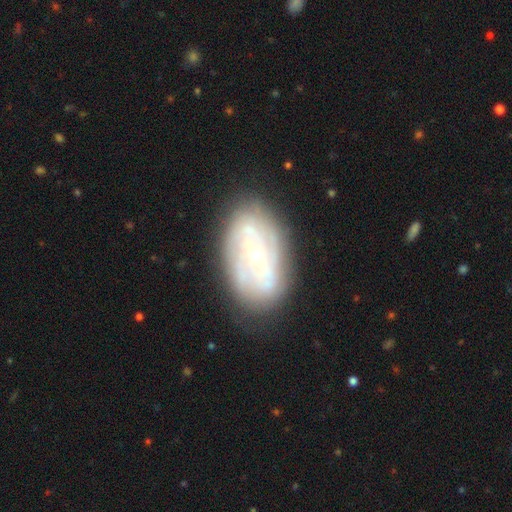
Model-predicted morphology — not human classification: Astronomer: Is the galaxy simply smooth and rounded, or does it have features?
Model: featured or disk — 70%.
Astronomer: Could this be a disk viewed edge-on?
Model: no — 94%.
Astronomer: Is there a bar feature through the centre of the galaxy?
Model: no — 71%.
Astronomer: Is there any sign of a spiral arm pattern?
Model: yes — 72%.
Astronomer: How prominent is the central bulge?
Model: small — 70%.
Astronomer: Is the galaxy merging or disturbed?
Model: none — 76%.